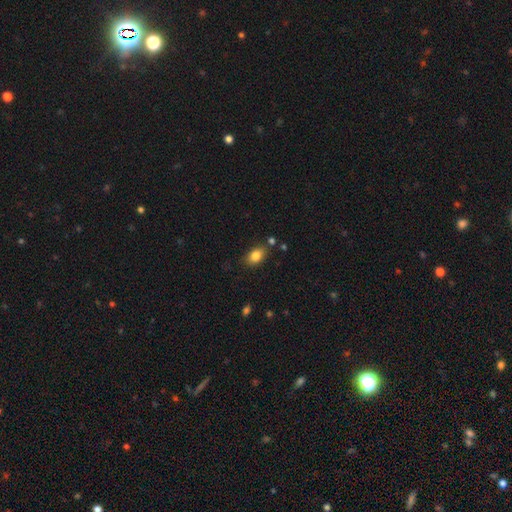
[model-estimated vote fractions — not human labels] This is clearly a smooth galaxy (84%). How rounded: clearly in between (85%). Merging: likely none (76%).